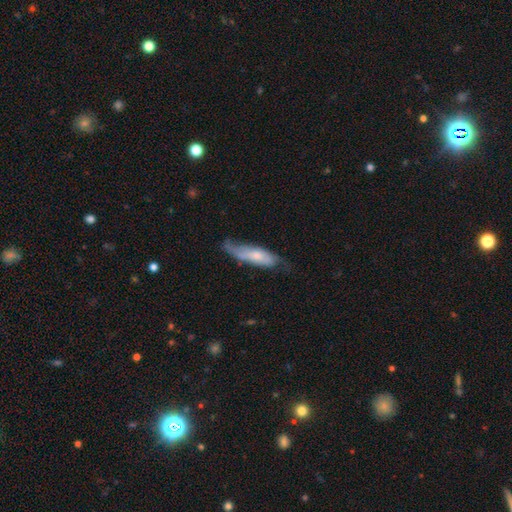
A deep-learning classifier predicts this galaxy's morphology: type=smooth (49%); merging=none (49%).